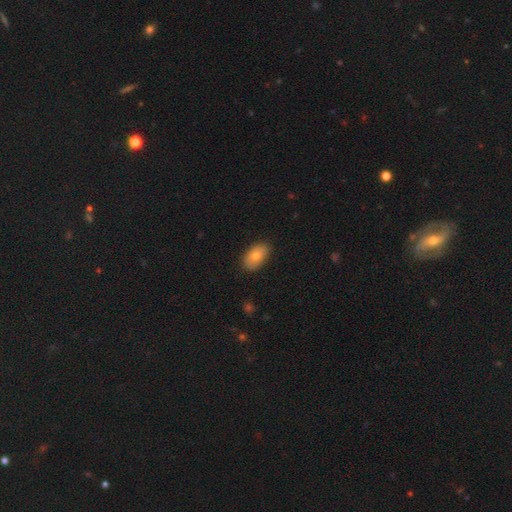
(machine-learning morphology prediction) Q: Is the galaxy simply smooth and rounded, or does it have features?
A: smooth — 78%.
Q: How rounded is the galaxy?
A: in between — 91%.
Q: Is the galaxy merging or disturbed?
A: none — 85%.